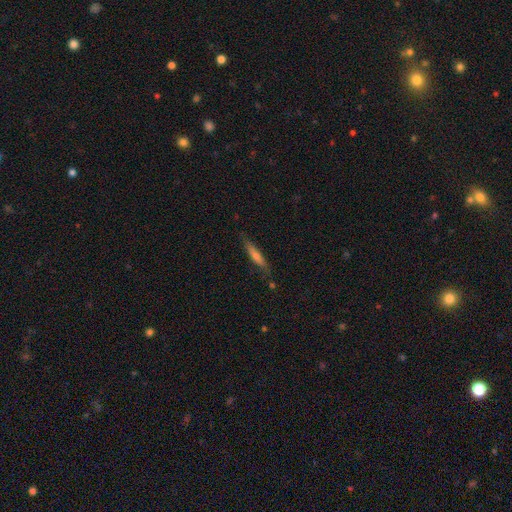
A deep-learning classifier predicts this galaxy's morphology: A smooth galaxy with no disk features (60%) that is cigar-shaped (90%).

Vote fractions:
- Smooth or featured? smooth: 60% / featured or disk: 33% / star or artifact: 7%
- How rounded? cigar-shaped: 90% / in between: 8% / round: 2%
- Merging? none: 80% / minor disturbance: 14% / major disturbance: 3% / merger: 3%